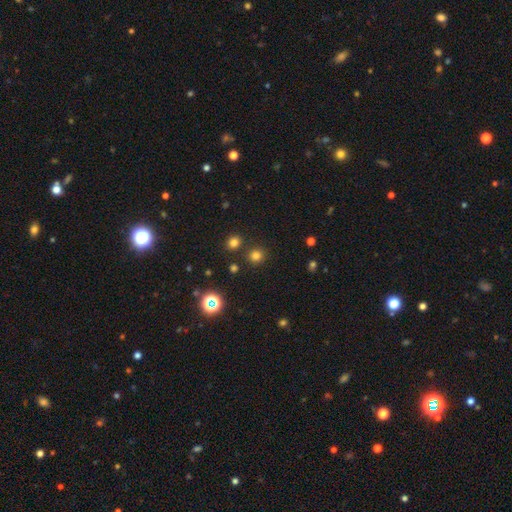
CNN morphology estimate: Smooth or featured? Predicted: smooth (p=0.75). How rounded? Predicted: round (p=0.91). Merging? Predicted: none (p=0.85).